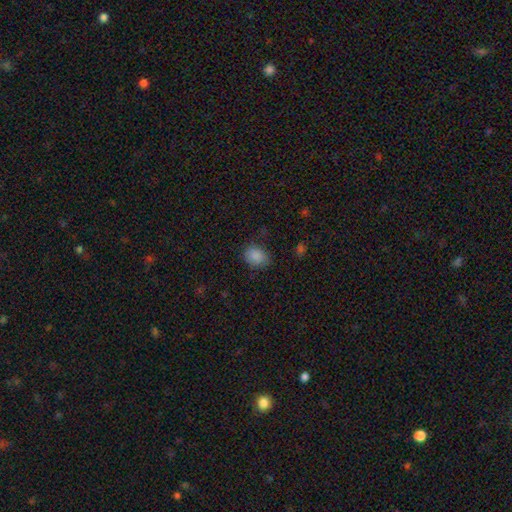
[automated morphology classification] Smooth or featured? smooth (87%)
How rounded? in between (60%)
Merging? none (78%)